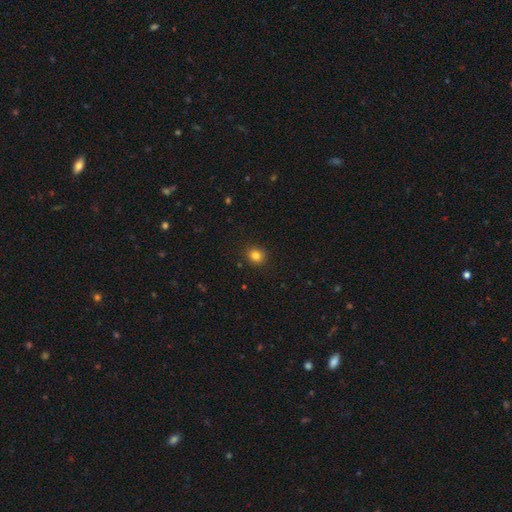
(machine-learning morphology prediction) A smooth galaxy with no disk features (82%) that is round (79%).

Vote fractions:
- Smooth or featured? smooth: 82% / star or artifact: 12% / featured or disk: 6%
- How rounded? round: 79% / in between: 20% / cigar-shaped: 1%
- Merging? none: 90% / minor disturbance: 7% / major disturbance: 2% / merger: 1%